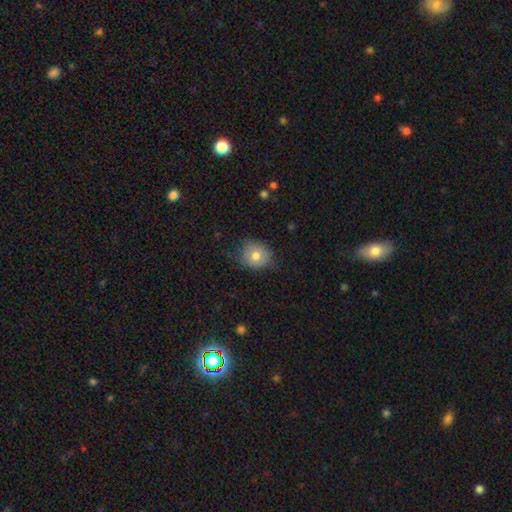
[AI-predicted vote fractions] The model was most divided on "merging": none: 71%, minor disturbance: 23%, major disturbance: 5%, merger: 1%. More confident: how rounded — round (80%); smooth or featured — smooth (75%).